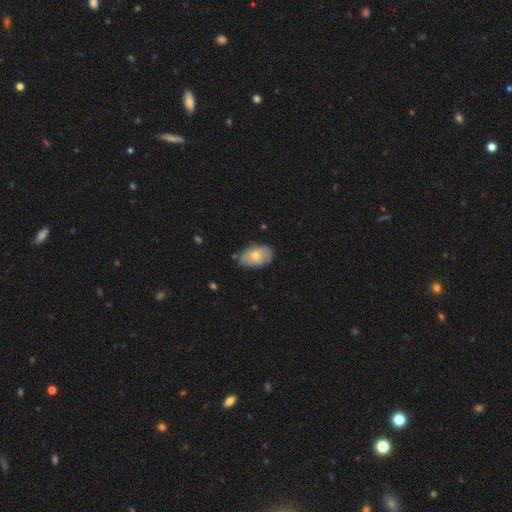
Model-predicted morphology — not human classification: A smooth galaxy with no disk features (68%) that is in between round and cigar-shaped (90%).

Vote fractions:
- Smooth or featured? smooth: 68% / featured or disk: 26% / star or artifact: 6%
- How rounded? in between: 90% / round: 8% / cigar-shaped: 1%
- Merging? none: 76% / minor disturbance: 19% / major disturbance: 3% / merger: 2%